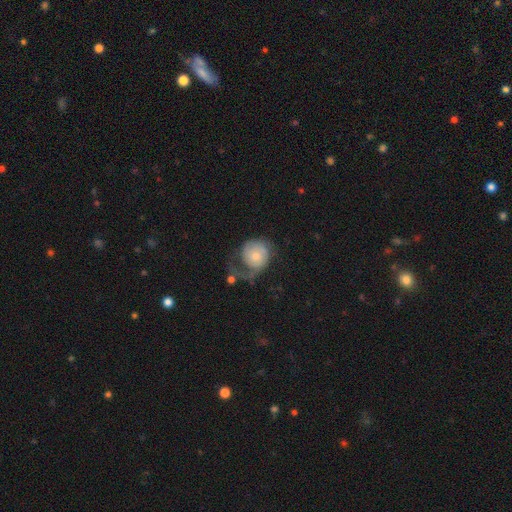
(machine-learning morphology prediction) This is possibly a featured or disk galaxy (56%). It is clearly not viewed edge-on (97%). Bar: clearly no (81%). Spiral arm pattern: likely yes (78%). Central bulge: possibly small (50%). Merging: marginally major disturbance (44%).